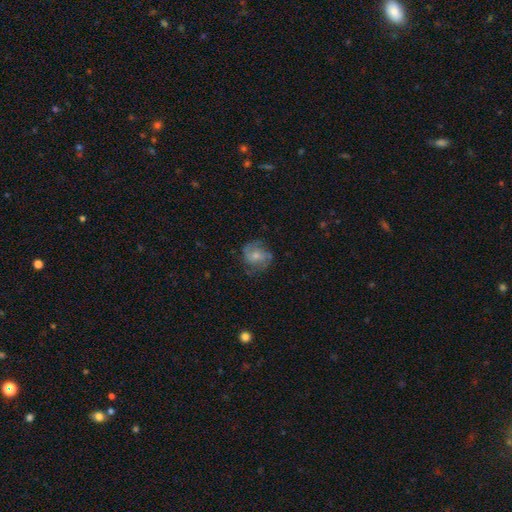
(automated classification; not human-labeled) Smooth or featured? Predicted: featured or disk (p=0.57). Edge-on disk? Predicted: no (p=0.97). Bar? Predicted: no (p=0.65). Spiral arms? Predicted: yes (p=0.86). Bulge size? Predicted: moderate (p=0.48). Merging? Predicted: none (p=0.69).